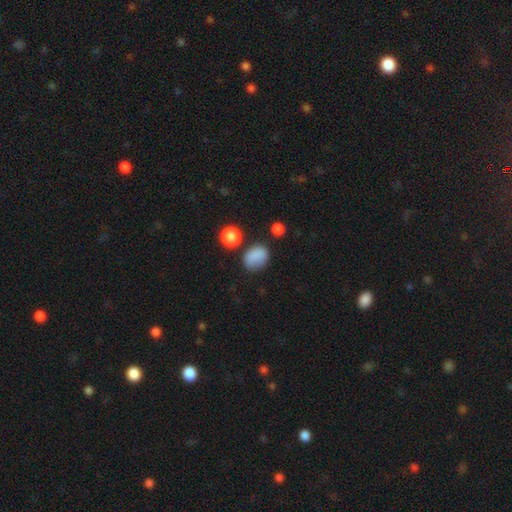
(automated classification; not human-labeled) Overall: smooth (83%). How rounded: in between (62%; round 37%). Merging: none (67%).